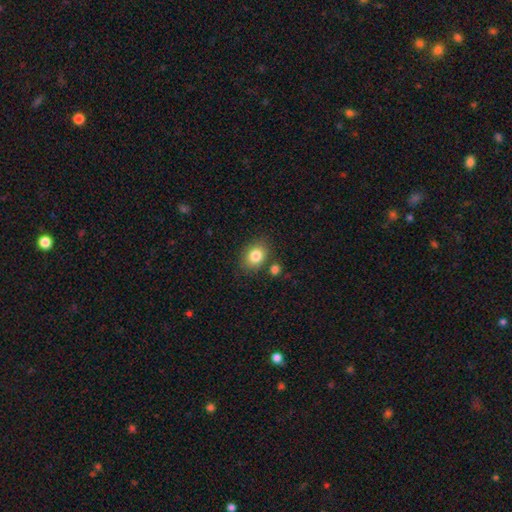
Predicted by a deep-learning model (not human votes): Smooth or featured: smooth — 83% (star or artifact — 9%)
How rounded: in between — 57% (round — 42%)
Merging: none — 77% (minor disturbance — 12%)